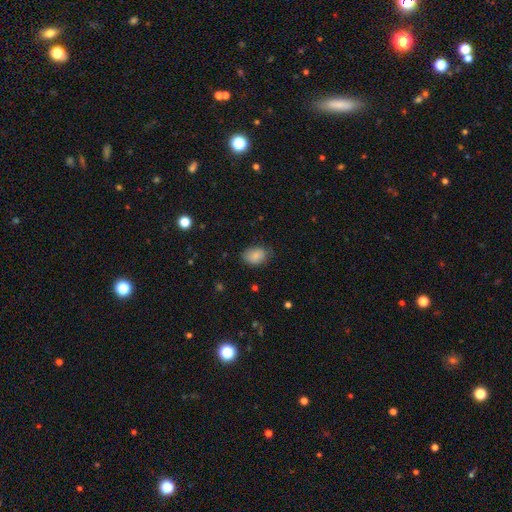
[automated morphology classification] This appears to be a smooth galaxy with no disk features (86%) that is in between round and cigar-shaped (79%). Merging: none (73%).